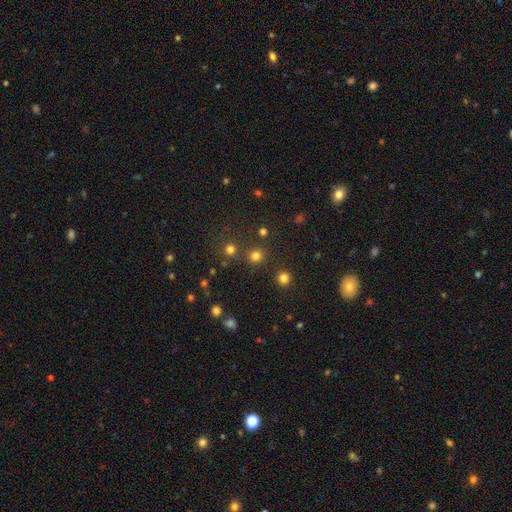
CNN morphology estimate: smooth-or-featured: smooth: 77% | star or artifact: 19% | featured or disk: 4%
  how-rounded: round: 92% | in between: 7% | cigar-shaped: 1%
  merging: none: 83% | merger: 8% | minor disturbance: 6% | major disturbance: 2%